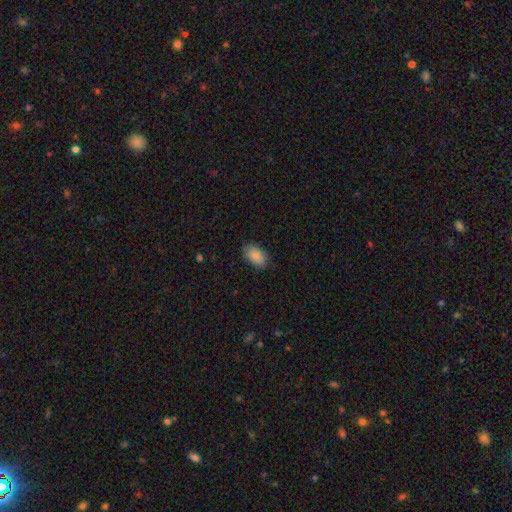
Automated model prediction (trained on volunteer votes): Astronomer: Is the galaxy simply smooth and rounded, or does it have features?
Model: smooth — 88%.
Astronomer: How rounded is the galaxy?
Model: in between — 92%.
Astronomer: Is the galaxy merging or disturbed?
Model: none — 82%.